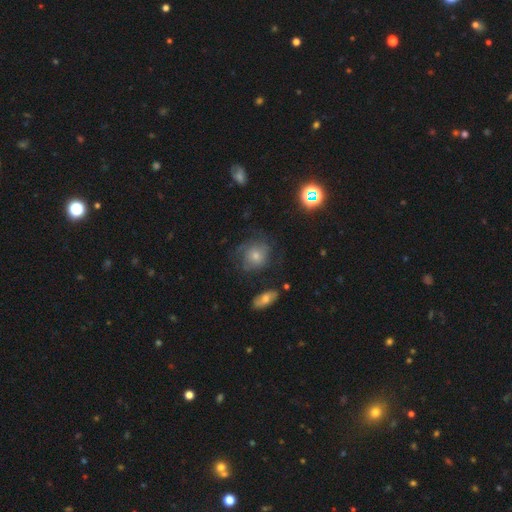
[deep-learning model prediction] A smooth galaxy with no disk features (47%). Merging: none (57%).